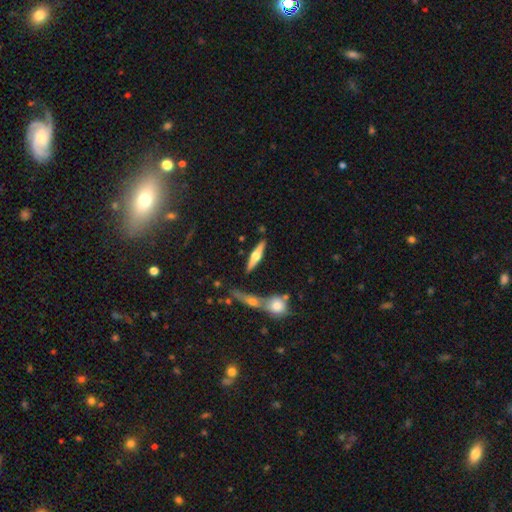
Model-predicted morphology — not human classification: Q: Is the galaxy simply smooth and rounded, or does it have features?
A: featured or disk — 68%.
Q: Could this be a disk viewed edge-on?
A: yes — 96%.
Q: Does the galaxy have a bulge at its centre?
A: rounded — 93%.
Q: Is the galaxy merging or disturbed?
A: none — 80%.